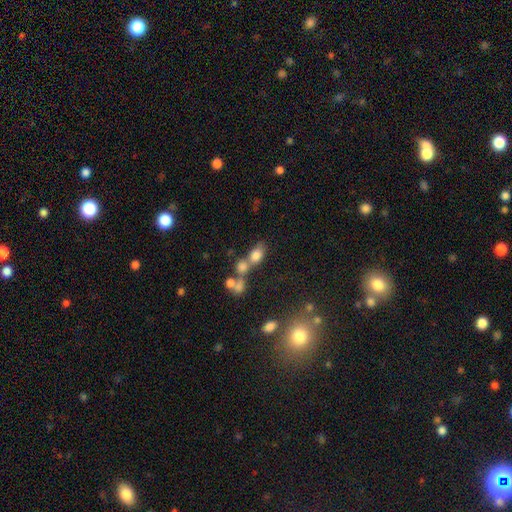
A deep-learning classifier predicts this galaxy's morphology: Smooth or featured: smooth — 73% (featured or disk — 14%)
How rounded: in between — 70% (round — 26%)
Merging: merger — 48% (none — 33%)